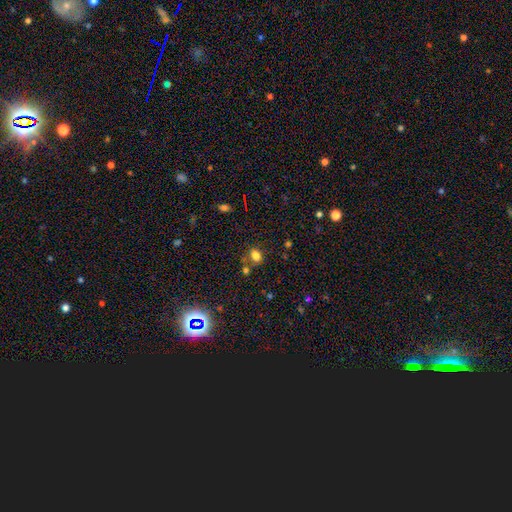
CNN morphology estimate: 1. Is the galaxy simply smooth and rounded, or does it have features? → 78% smooth, 15% star or artifact, 7% featured or disk.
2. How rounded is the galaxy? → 70% in between, 29% round, 2% cigar-shaped.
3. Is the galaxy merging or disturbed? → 68% none, 15% minor disturbance, 13% merger, 5% major disturbance.